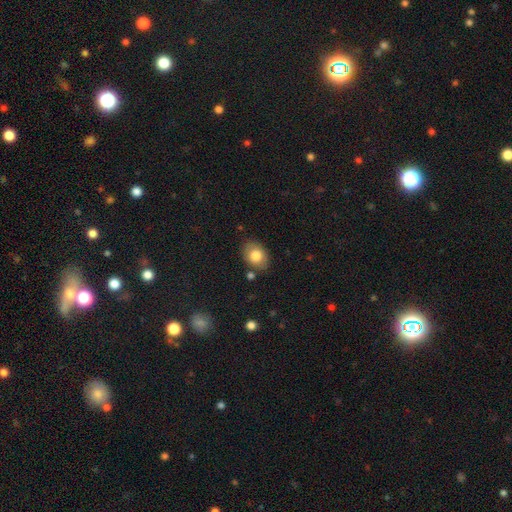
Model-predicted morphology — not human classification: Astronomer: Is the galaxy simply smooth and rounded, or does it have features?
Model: smooth — 80%.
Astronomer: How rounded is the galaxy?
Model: in between — 74%.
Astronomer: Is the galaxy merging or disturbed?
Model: none — 81%.